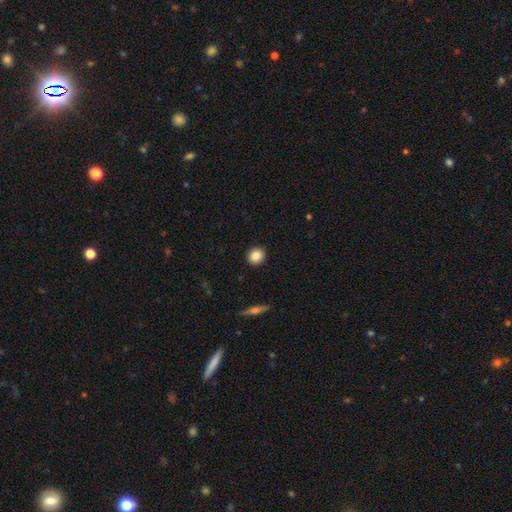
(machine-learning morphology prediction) smooth 85%, star or artifact 9%, featured or disk 6%. Down the decision tree: how rounded — round (84%); merging — none (92%).